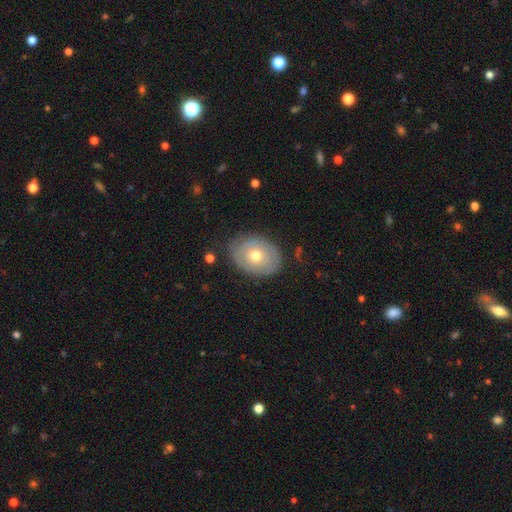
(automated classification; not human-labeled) A featured or disk galaxy (58%) with no bar (87%), spiral arms (52%) and a moderate central bulge (68%).

Vote fractions:
- Smooth or featured? featured or disk: 58% / smooth: 36% / star or artifact: 6%
- Edge-on disk? no: 94% / yes: 6%
- Bar? no: 87% / weak: 10% / strong: 3%
- Spiral arms? yes: 52% / no: 48%
- Bulge size? moderate: 68% / small: 27% / large: 3% / dominant: 1% / none: 1%
- Merging? none: 80% / minor disturbance: 15% / major disturbance: 4% / merger: 1%